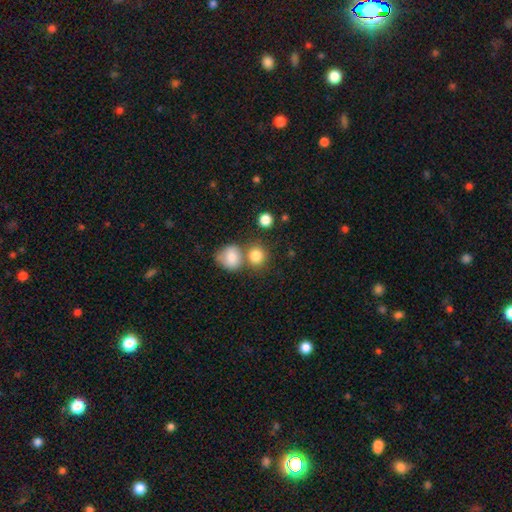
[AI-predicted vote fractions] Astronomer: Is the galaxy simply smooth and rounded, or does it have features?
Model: smooth — 83%.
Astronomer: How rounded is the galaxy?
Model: round — 80%.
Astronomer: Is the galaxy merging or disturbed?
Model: none — 54% (runner-up: merger, 33%).